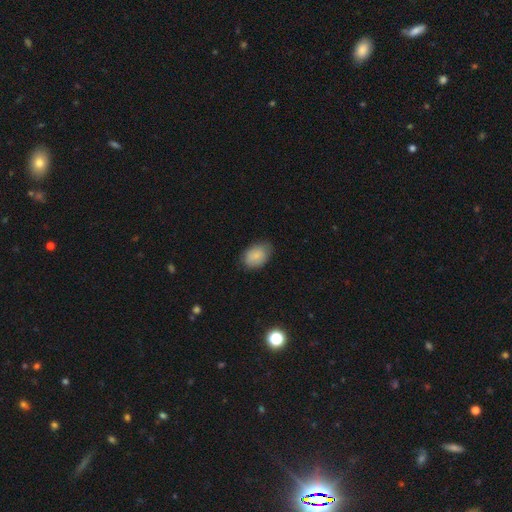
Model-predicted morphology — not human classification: Q: Smooth or featured?
A: smooth (86%); runner-up: featured or disk (7%)
Q: How rounded?
A: in between (85%); runner-up: round (14%)
Q: Merging?
A: none (77%); runner-up: minor disturbance (19%)